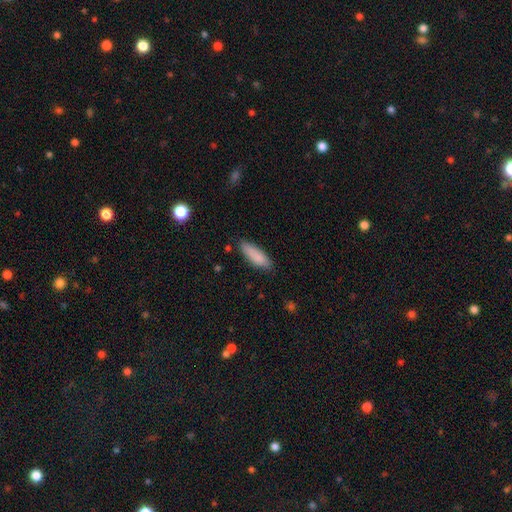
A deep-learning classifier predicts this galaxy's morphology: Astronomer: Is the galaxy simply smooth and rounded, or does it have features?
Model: smooth — 86%.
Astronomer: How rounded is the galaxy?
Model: in between — 54% (runner-up: cigar-shaped, 44%).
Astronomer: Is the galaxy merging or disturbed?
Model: none — 80%.